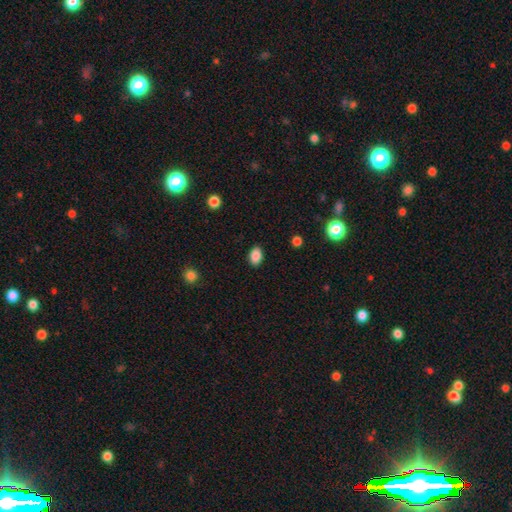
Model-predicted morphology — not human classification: This is clearly a smooth galaxy (87%). How rounded: clearly in between (83%). Merging: clearly none (88%).